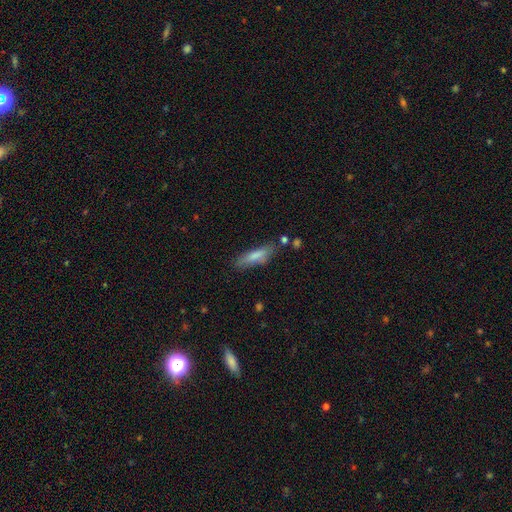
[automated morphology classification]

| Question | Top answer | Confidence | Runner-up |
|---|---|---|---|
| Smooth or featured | smooth | 77% | featured or disk (17%) |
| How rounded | cigar-shaped | 66% | in between (32%) |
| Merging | none | 70% | minor disturbance (20%) |